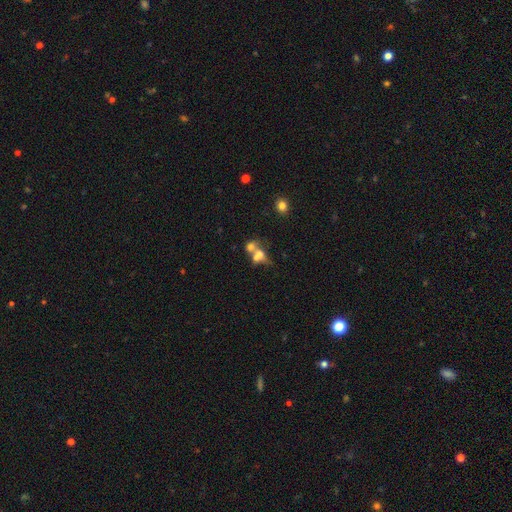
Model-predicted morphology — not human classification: smooth 50%, featured or disk 27%, star or artifact 22%. Down the decision tree: how rounded — in between (49%); merging — merger (53%).